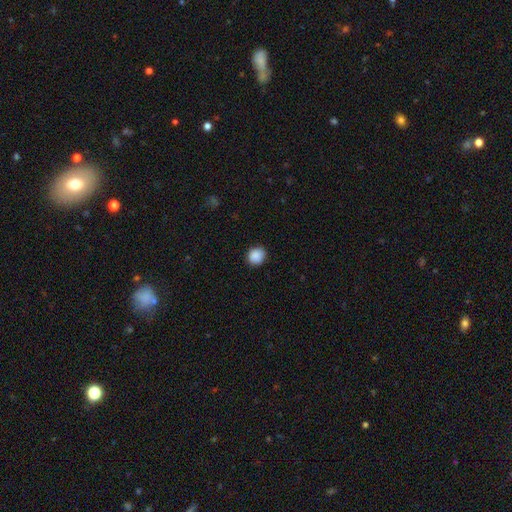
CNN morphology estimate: This appears to be a smooth galaxy with no disk features (88%) that is round (83%). Merging: none (87%).